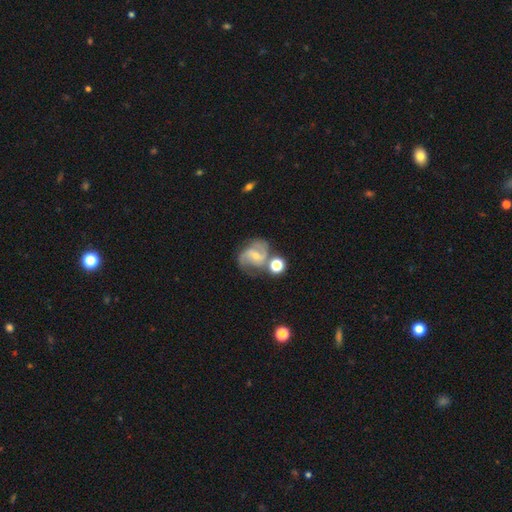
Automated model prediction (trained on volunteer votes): Q: Smooth or featured?
A: featured or disk (80%); runner-up: smooth (13%)
Q: Edge-on disk?
A: no (98%); runner-up: yes (2%)
Q: Bar?
A: weak (47%); runner-up: no (37%)
Q: Spiral arms?
A: yes (96%); runner-up: no (4%)
Q: Spiral winding?
A: medium (55%); runner-up: loose (26%)
Q: Spiral arm count?
A: 2 (80%); runner-up: 3 (8%)
Q: Bulge size?
A: small (59%); runner-up: moderate (37%)
Q: Merging?
A: none (59%); runner-up: minor disturbance (19%)